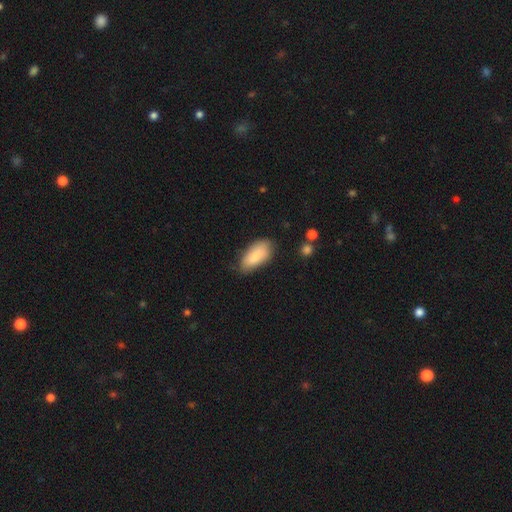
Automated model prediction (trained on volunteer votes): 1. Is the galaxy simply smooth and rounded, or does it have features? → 85% smooth, 9% featured or disk, 6% star or artifact.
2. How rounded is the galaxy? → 89% in between, 9% cigar-shaped, 2% round.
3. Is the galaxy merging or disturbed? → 71% none, 23% minor disturbance, 4% major disturbance, 2% merger.